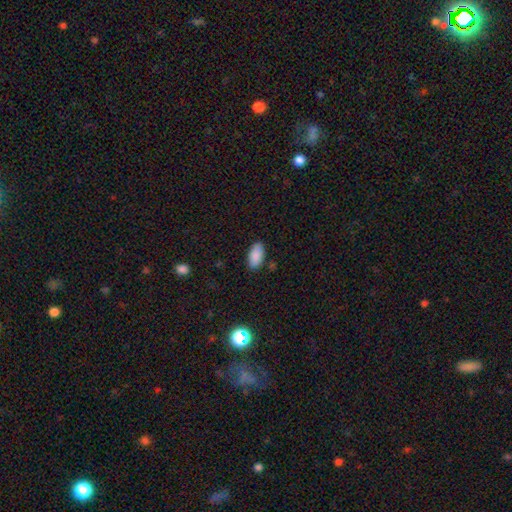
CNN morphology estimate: A smooth galaxy with no disk features (88%) that is in between round and cigar-shaped (92%). Merging: none (85%).